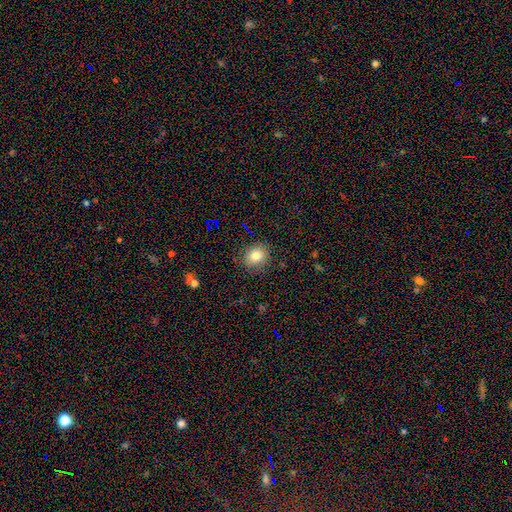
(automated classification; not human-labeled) Smooth or featured?
  - smooth: 80% *
  - star or artifact: 12%
  - featured or disk: 8%
How rounded?
  - round: 73% *
  - in between: 26%
  - cigar-shaped: 1%
Merging?
  - none: 87% *
  - minor disturbance: 9%
  - major disturbance: 3%
  - merger: 1%